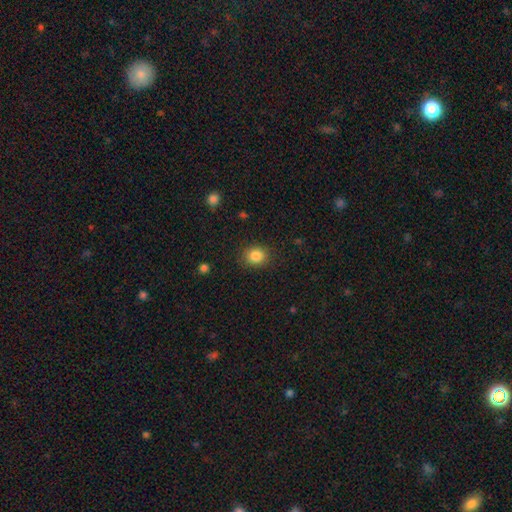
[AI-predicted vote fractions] A smooth galaxy with no disk features (85%) that is round (70%).

Vote fractions:
- Smooth or featured? smooth: 85% / star or artifact: 10% / featured or disk: 5%
- How rounded? round: 70% / in between: 29% / cigar-shaped: 1%
- Merging? none: 88% / minor disturbance: 8% / major disturbance: 3% / merger: 1%